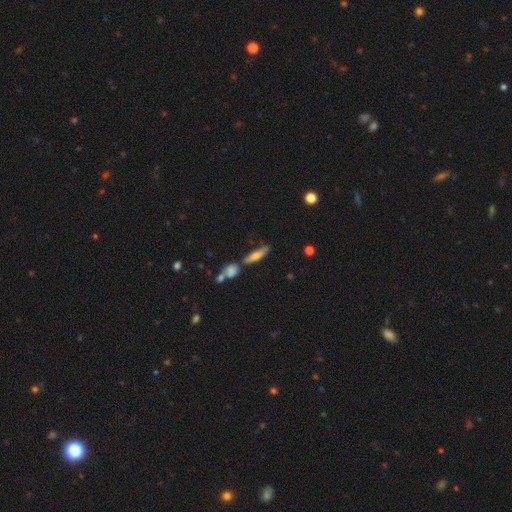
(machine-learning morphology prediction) Overall: smooth (62%; featured or disk 30%). How rounded: cigar-shaped (73%). Merging: none (65%).